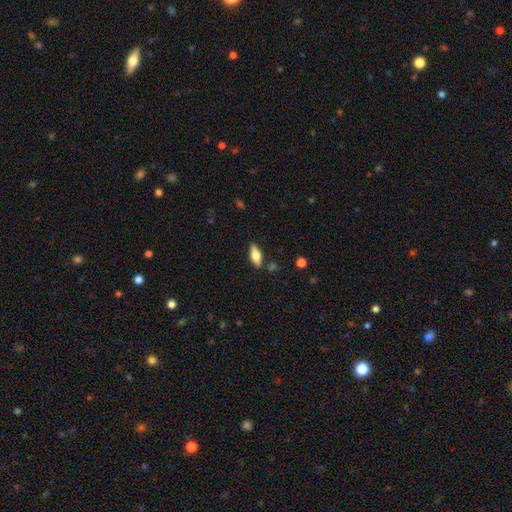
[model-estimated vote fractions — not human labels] Overall: smooth (53%; featured or disk 41%). How rounded: in between (67%; cigar-shaped 30%). Merging: none (84%).